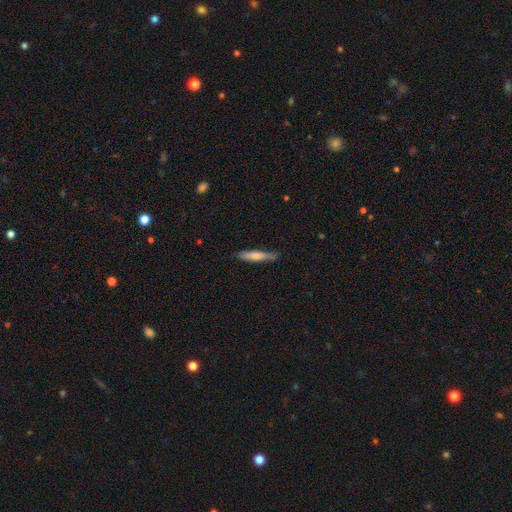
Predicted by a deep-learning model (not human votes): The model was most divided on "smooth or featured": smooth: 65%, featured or disk: 29%, star or artifact: 5%. More confident: how rounded — cigar-shaped (89%); merging — none (79%).